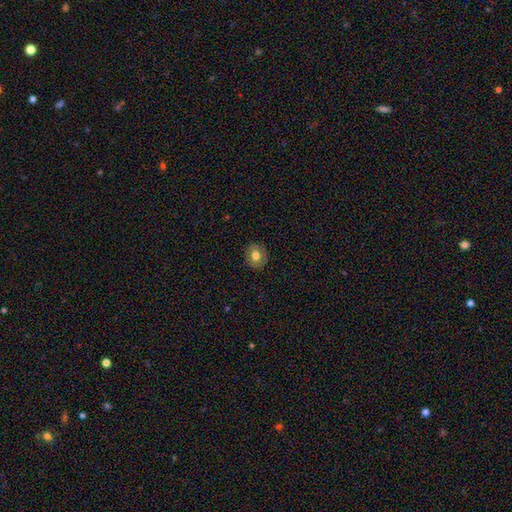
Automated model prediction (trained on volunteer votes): This is likely a smooth galaxy (69%). How rounded: clearly round (81%). Merging: clearly none (88%).